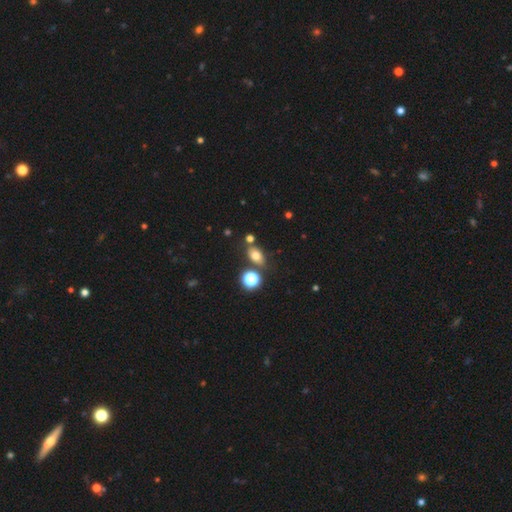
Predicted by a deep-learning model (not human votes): A smooth galaxy with no disk features (72%) that is in between round and cigar-shaped (75%).

Vote fractions:
- Smooth or featured? smooth: 72% / star or artifact: 16% / featured or disk: 12%
- How rounded? in between: 75% / round: 22% / cigar-shaped: 2%
- Merging? none: 73% / minor disturbance: 12% / merger: 11% / major disturbance: 4%